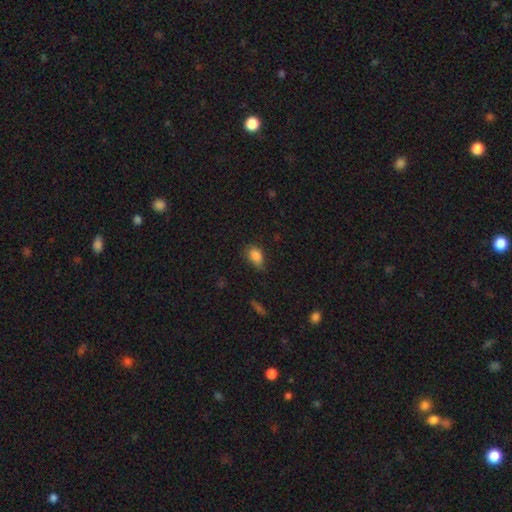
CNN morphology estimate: smooth 85%, star or artifact 10%, featured or disk 5%. Down the decision tree: how rounded — in between (83%); merging — none (56%).